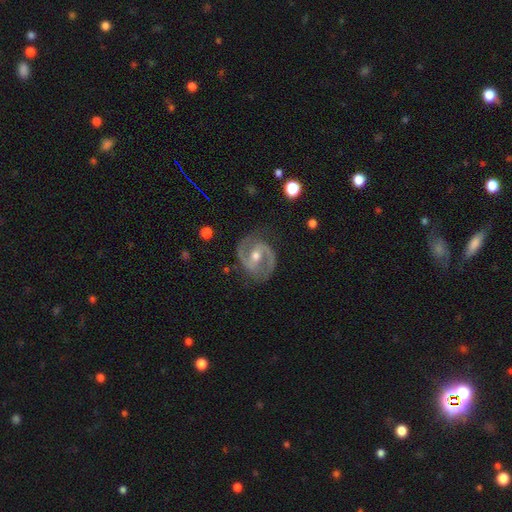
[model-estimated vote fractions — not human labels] smooth-or-featured: featured or disk: 91% | smooth: 5% | star or artifact: 4%
  disk-edge-on: no: 98% | yes: 2%
    bar: weak: 42% | strong: 37% | no: 21%
    has-spiral-arms: yes: 97% | no: 3%
      spiral-winding: medium: 60% | tight: 27% | loose: 14%
      spiral-arm-count: 2: 93% | can't tell: 2% | 1: 2% | 3: 1% | 4: 1% | more than 4: 1%
    bulge-size: moderate: 67% | small: 28% | large: 3% | none: 1% | dominant: 1%
  merging: none: 82% | minor disturbance: 13% | major disturbance: 4% | merger: 1%